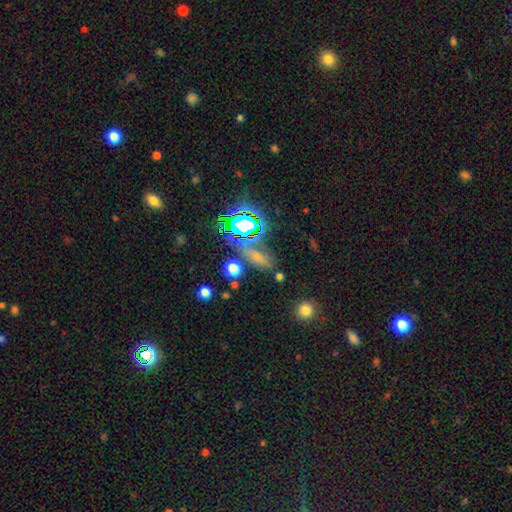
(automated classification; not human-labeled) Smooth or featured?
  - smooth: 43% *
  - star or artifact: 42%
  - featured or disk: 14%
Merging?
  - none: 66% *
  - minor disturbance: 15%
  - merger: 10%
  - major disturbance: 8%